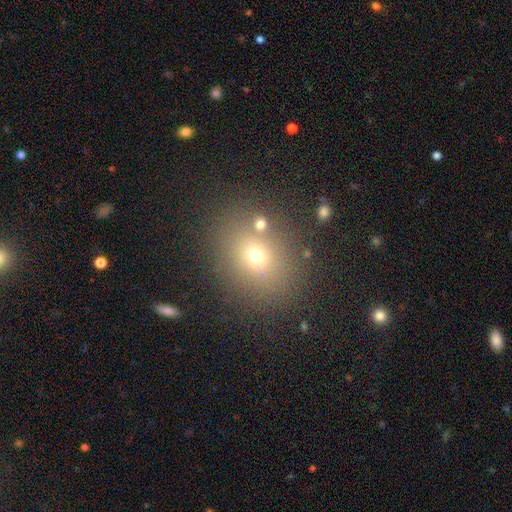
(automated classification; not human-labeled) smooth-or-featured: smooth: 65% | star or artifact: 21% | featured or disk: 14%
  how-rounded: round: 58% | in between: 41% | cigar-shaped: 1%
  merging: none: 81% | minor disturbance: 9% | merger: 6% | major disturbance: 4%